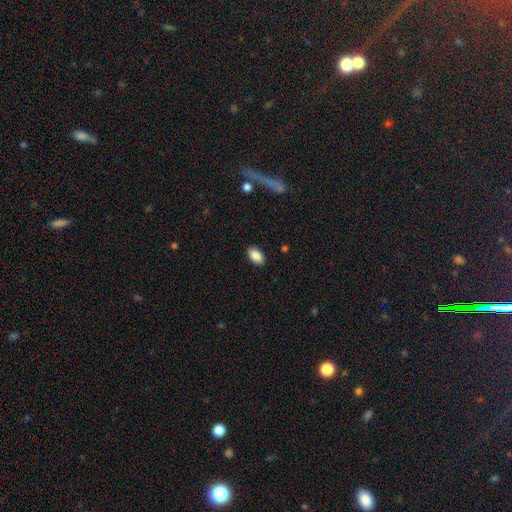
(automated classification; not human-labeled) This is clearly a smooth galaxy (87%). How rounded: clearly in between (92%). Merging: clearly none (89%).